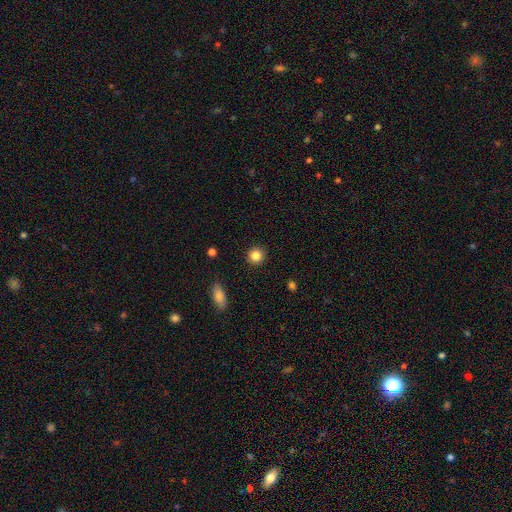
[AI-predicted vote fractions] smooth_or_featured: smooth (p=0.85) [alt: star or artifact p=0.10]
how_rounded: round (p=0.92) [alt: in between p=0.07]
merging: none (p=0.92) [alt: minor disturbance p=0.05]